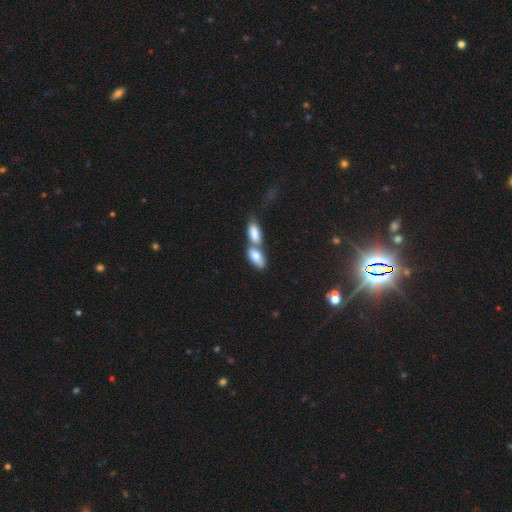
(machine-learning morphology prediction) This is likely a smooth galaxy (77%). How rounded: clearly in between (90%). Merging: likely merger (63%).